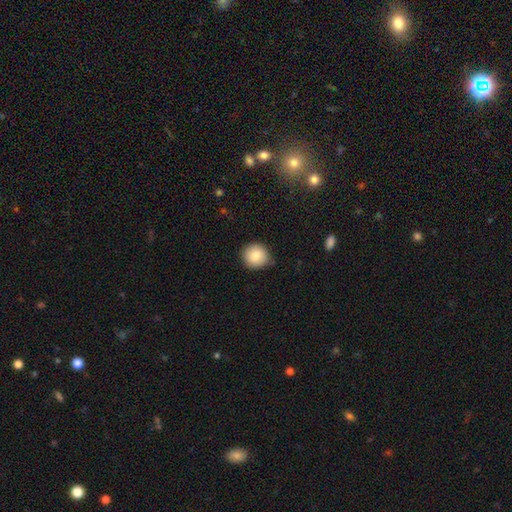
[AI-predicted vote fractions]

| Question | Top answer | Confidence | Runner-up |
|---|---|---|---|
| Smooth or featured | smooth | 83% | featured or disk (9%) |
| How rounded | round | 90% | in between (9%) |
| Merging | none | 84% | minor disturbance (12%) |